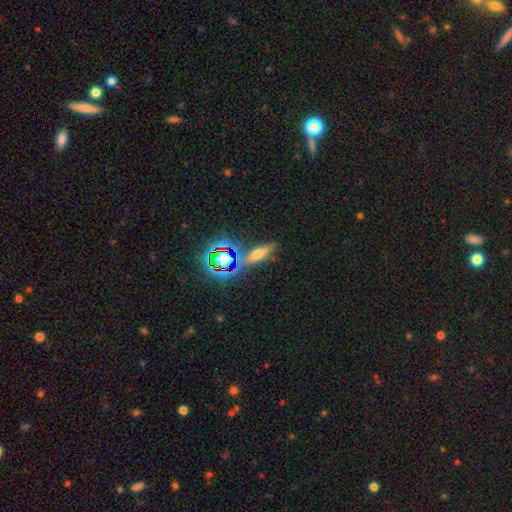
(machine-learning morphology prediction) type=smooth (43%); merging=none (77%).